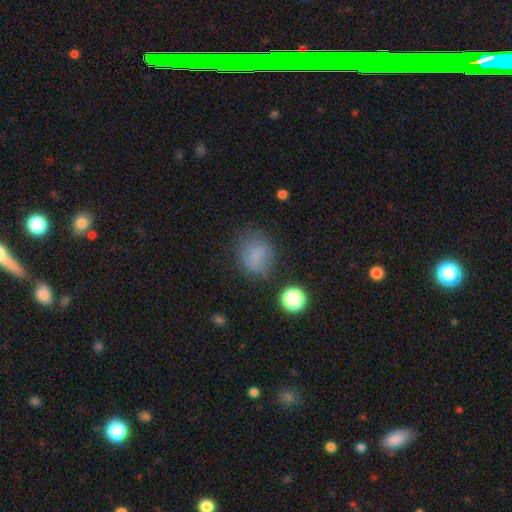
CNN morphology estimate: Overall: smooth (76%). How rounded: round (60%; in between 39%). Merging: none (69%).